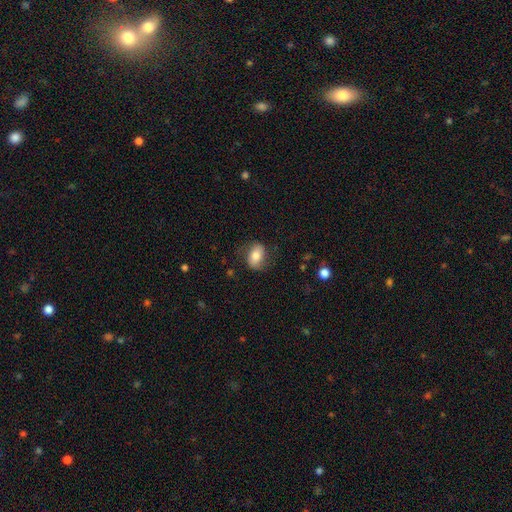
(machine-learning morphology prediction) smooth_or_featured: smooth (p=0.66) [alt: featured or disk p=0.26]
how_rounded: in between (p=0.81) [alt: round p=0.18]
merging: none (p=0.71) [alt: minor disturbance p=0.19]